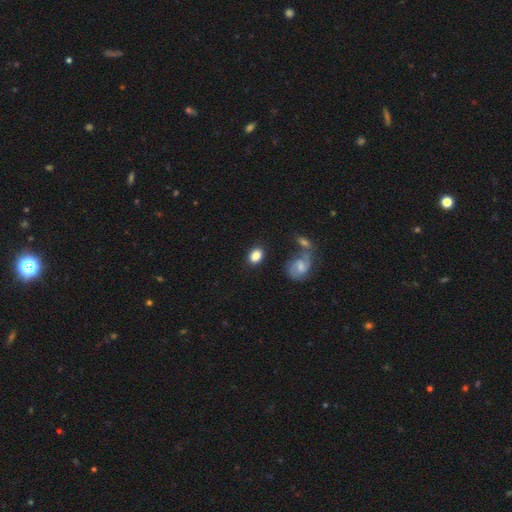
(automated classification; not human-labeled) This is clearly a smooth galaxy (83%). How rounded: likely in between (79%). Merging: likely none (76%).